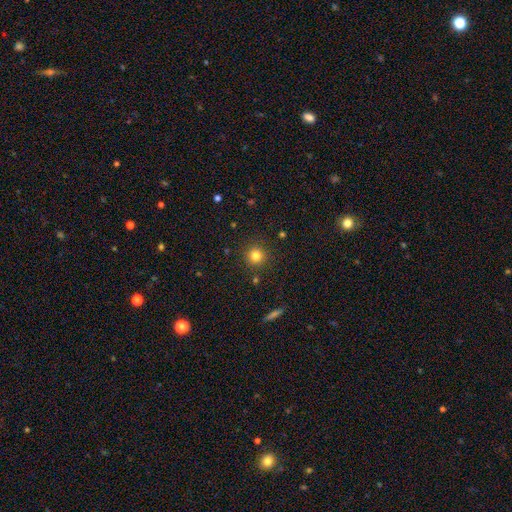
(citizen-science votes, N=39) Q: Smooth or featured?
A: smooth (97%); runner-up: star or artifact (3%)
Q: How rounded?
A: round (97%); runner-up: in between (3%)
Q: Merging?
A: none (92%); runner-up: major disturbance (5%)